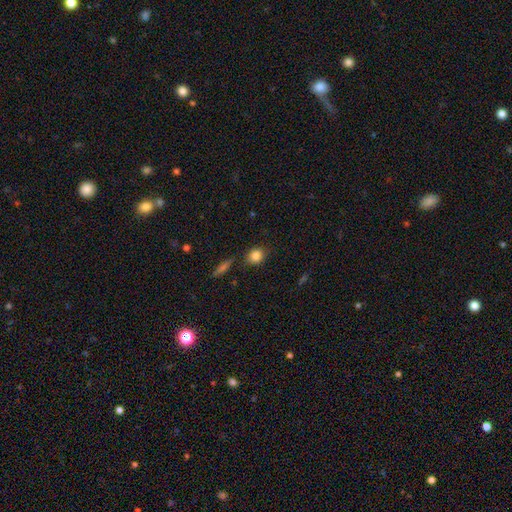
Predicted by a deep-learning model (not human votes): This appears to be a smooth galaxy with no disk features (84%) that is round (71%). Merging: none (80%).